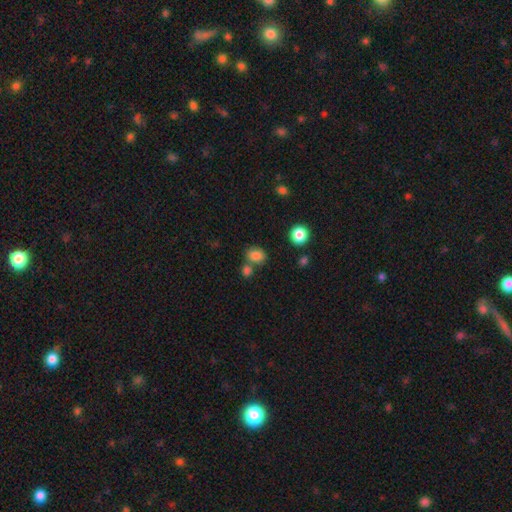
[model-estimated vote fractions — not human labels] Smooth or featured? Predicted: smooth (p=0.83). How rounded? Predicted: in between (p=0.54). Merging? Predicted: none (p=0.62).